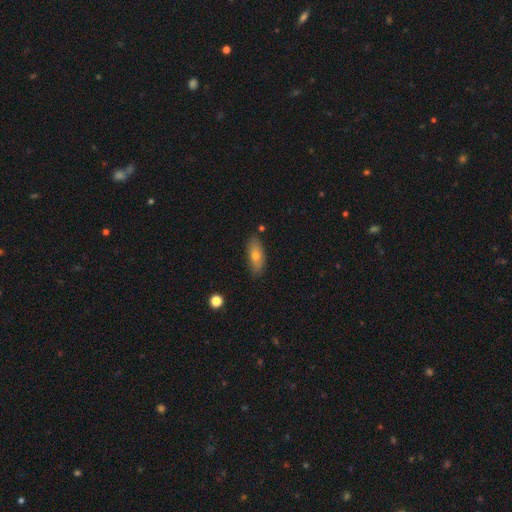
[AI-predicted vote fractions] Morphology: type=smooth (67%); roundness=in between (72%); merging=none (83%).